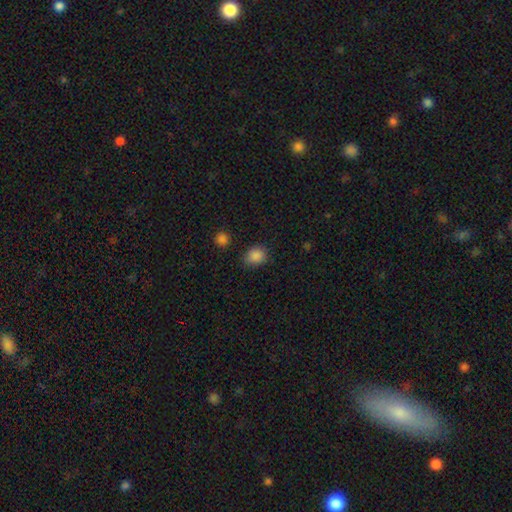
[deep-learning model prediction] Smooth or featured? Predicted: smooth (p=0.86). How rounded? Predicted: round (p=0.64). Merging? Predicted: none (p=0.79).